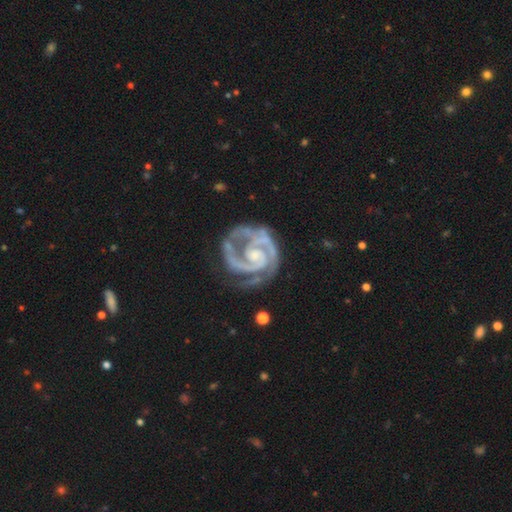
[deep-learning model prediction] Smooth or featured?
  - featured or disk: 93% *
  - star or artifact: 4%
  - smooth: 3%
Edge-on disk?
  - no: 98% *
  - yes: 2%
Bar?
  - no: 55% *
  - weak: 32%
  - strong: 13%
Spiral arms?
  - yes: 98% *
  - no: 2%
Spiral winding?
  - tight: 63% *
  - medium: 33%
  - loose: 4%
Spiral arm count?
  - 2: 74% *
  - 3: 13%
  - can't tell: 4%
  - 1: 4%
  - 4: 2%
  - more than 4: 2%
Bulge size?
  - small: 48% *
  - moderate: 33%
  - none: 14%
  - large: 4%
  - dominant: 1%
Merging?
  - none: 61% *
  - minor disturbance: 22%
  - major disturbance: 15%
  - merger: 3%